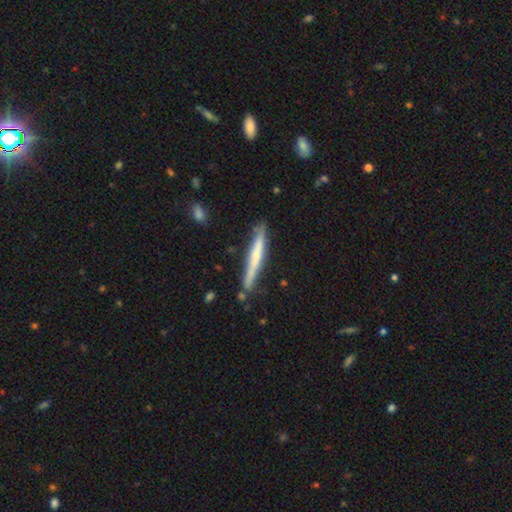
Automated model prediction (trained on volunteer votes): Smooth or featured?
  - featured or disk: 51% *
  - smooth: 43%
  - star or artifact: 6%
Edge-on disk?
  - yes: 94% *
  - no: 6%
Merging?
  - none: 79% *
  - minor disturbance: 15%
  - merger: 4%
  - major disturbance: 2%